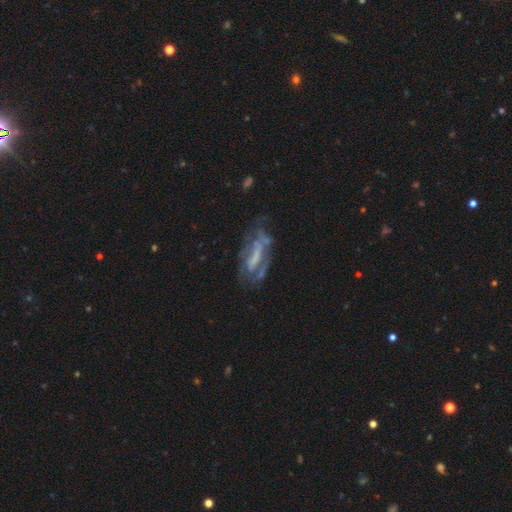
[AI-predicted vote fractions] The model was most divided on "bar": no: 37%, strong: 32%, weak: 31%. Remaining: edge-on disk — no (86%); smooth or featured — featured or disk (68%); spiral arms — yes (53%); bulge size — none (47%); merging — none (45%).